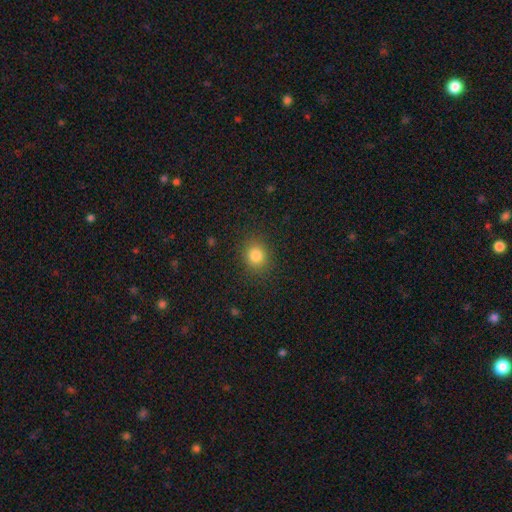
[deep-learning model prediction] Overall: smooth (83%). How rounded: round (77%). Merging: none (88%).